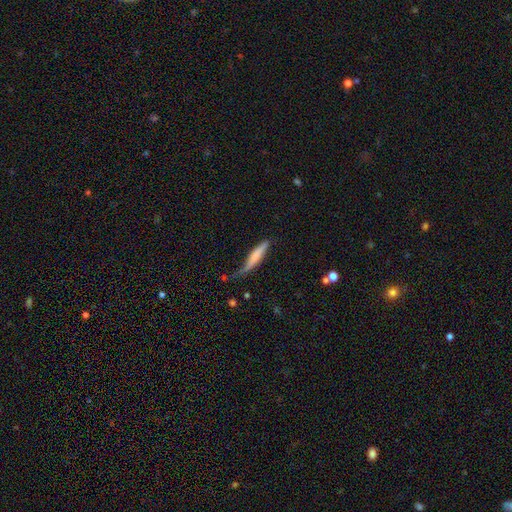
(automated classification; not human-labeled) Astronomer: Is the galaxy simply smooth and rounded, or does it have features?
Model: smooth — 62%.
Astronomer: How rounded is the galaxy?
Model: cigar-shaped — 86%.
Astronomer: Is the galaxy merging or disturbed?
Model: none — 38% (runner-up: minor disturbance, 36%).